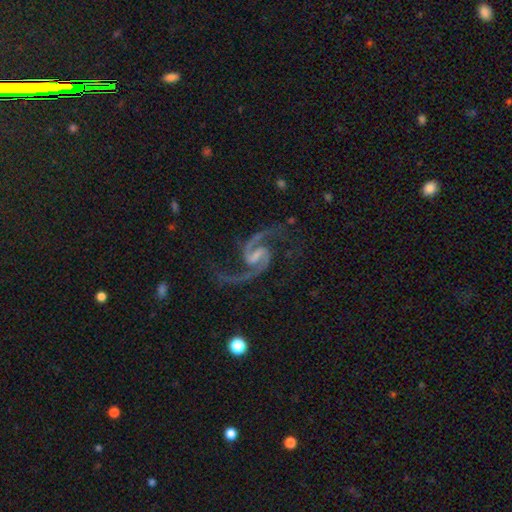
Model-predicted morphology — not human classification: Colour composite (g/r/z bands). It shows a featured or disk galaxy (94%) with a weak bar (53%), 2 (95%) medium (53%) spiral arms (99%) and a small central bulge (40%). Merging: none (76%).